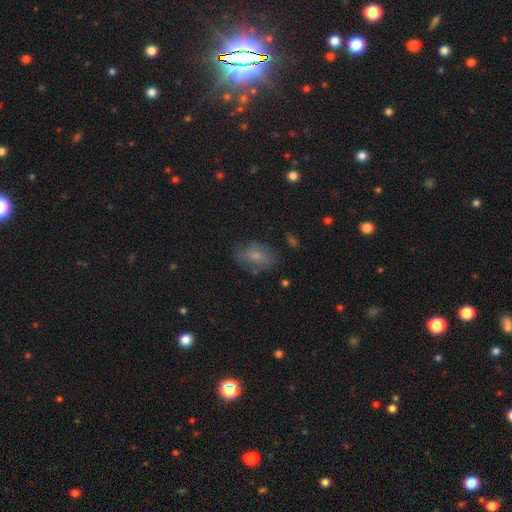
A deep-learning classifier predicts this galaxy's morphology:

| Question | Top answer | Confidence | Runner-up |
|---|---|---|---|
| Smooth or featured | smooth | 64% | featured or disk (26%) |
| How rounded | in between | 81% | round (17%) |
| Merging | none | 62% | minor disturbance (25%) |